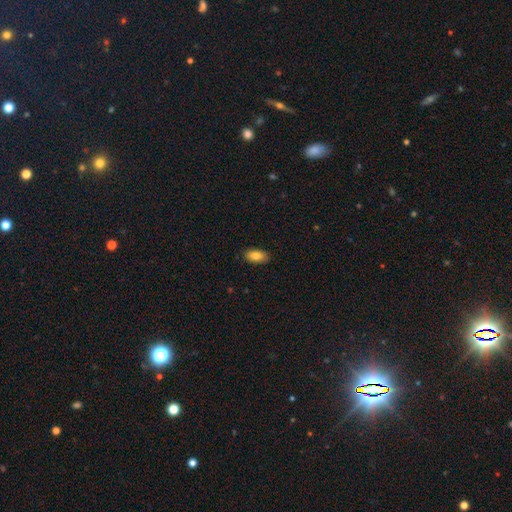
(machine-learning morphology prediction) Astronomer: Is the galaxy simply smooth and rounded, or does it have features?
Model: smooth — 83%.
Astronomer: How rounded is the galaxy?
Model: in between — 91%.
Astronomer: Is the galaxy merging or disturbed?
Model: none — 88%.